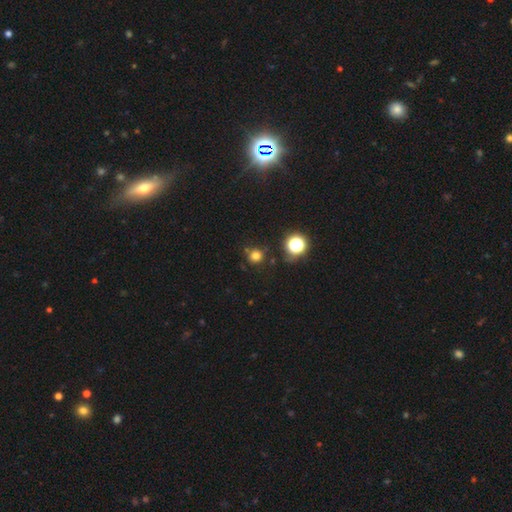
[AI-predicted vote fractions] A smooth galaxy with no disk features (74%) that is round (90%). Merging: none (78%).